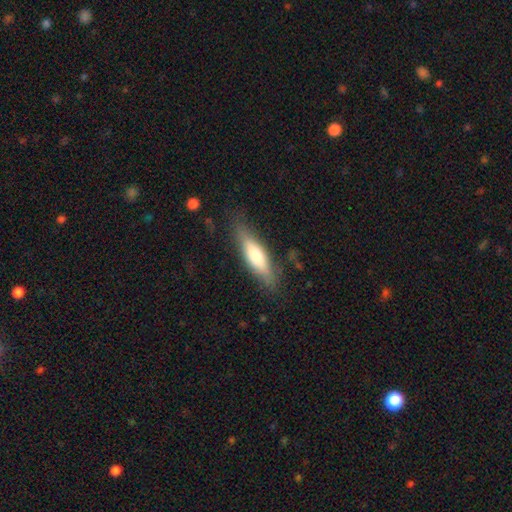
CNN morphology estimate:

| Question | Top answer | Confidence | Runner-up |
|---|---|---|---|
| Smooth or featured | smooth | 62% | featured or disk (32%) |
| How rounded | cigar-shaped | 65% | in between (33%) |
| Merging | none | 81% | minor disturbance (14%) |